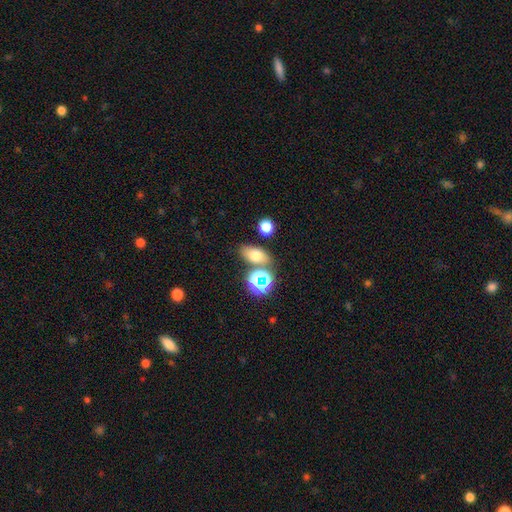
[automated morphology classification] smooth 68%, star or artifact 19%, featured or disk 14%. Down the decision tree: how rounded — in between (79%); merging — none (68%).